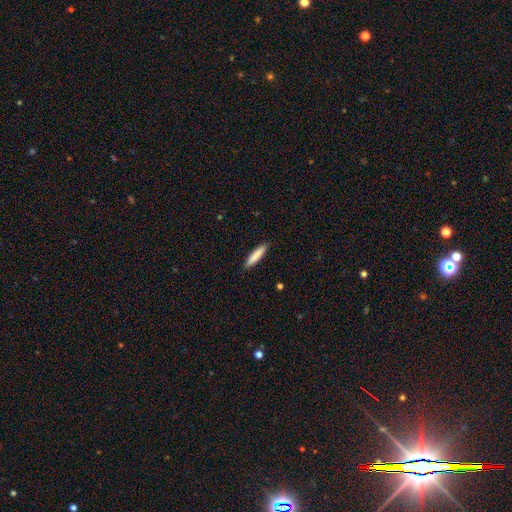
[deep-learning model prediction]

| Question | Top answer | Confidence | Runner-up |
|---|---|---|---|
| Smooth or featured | smooth | 84% | featured or disk (10%) |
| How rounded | cigar-shaped | 87% | in between (12%) |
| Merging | none | 91% | minor disturbance (7%) |